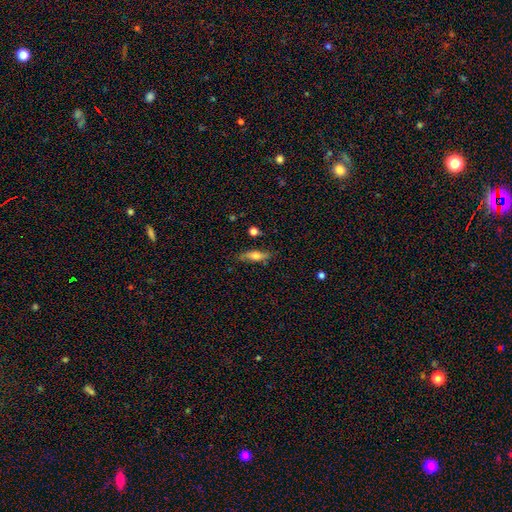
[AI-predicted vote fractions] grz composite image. It shows a smooth galaxy with no disk features (60%) that is cigar-shaped (53%). Merging: none (78%).